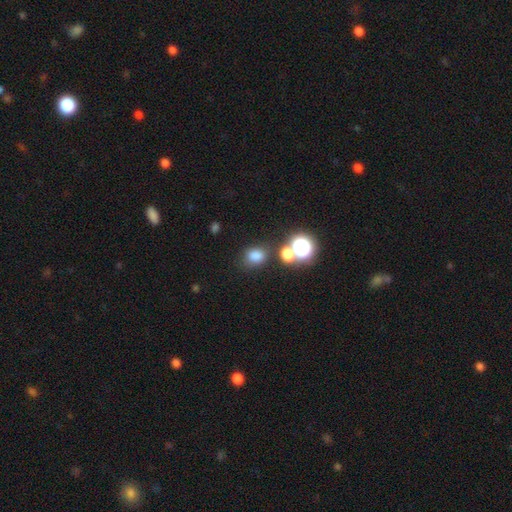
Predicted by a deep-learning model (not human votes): Smooth or featured? smooth (76%)
How rounded? round (52%)
Merging? none (70%)